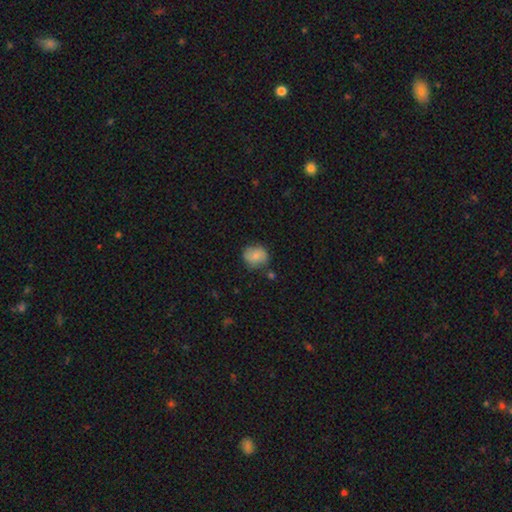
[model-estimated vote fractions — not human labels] smooth_or_featured: smooth (p=0.73) [alt: featured or disk p=0.19]
how_rounded: round (p=0.65) [alt: in between p=0.34]
merging: none (p=0.68) [alt: minor disturbance p=0.22]